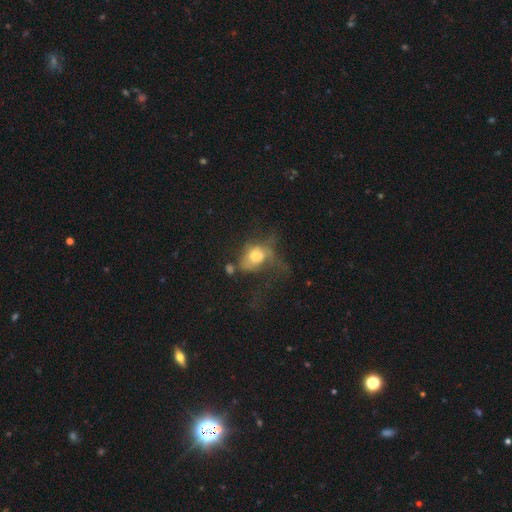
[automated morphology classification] This appears to be a smooth galaxy with no disk features (50%) that is in between round and cigar-shaped (68%). Merging: major disturbance (52%).